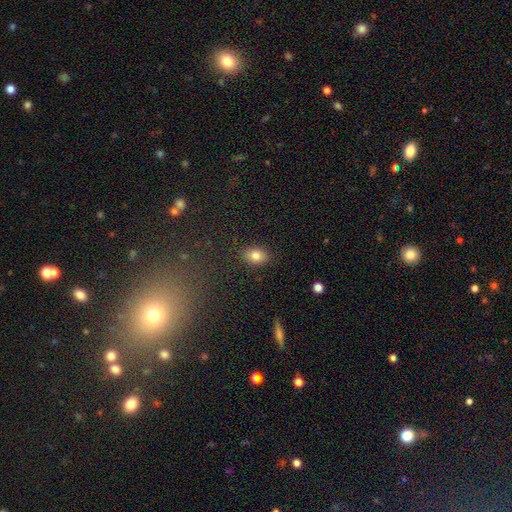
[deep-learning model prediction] This is clearly a smooth galaxy (83%). How rounded: likely in between (76%). Merging: clearly none (87%).